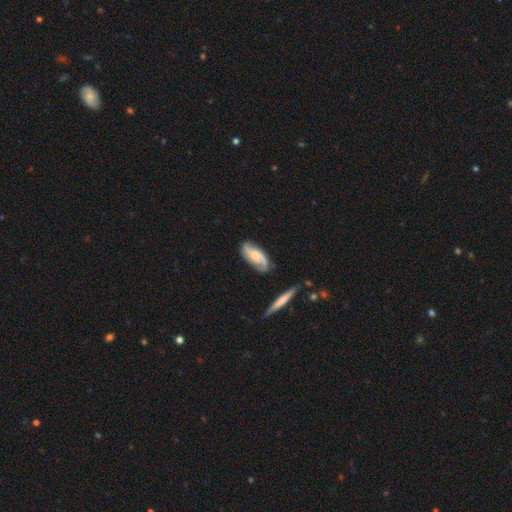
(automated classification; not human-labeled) Smooth or featured?
  - featured or disk: 66% *
  - smooth: 27%
  - star or artifact: 6%
Edge-on disk?
  - no: 92% *
  - yes: 8%
Bar?
  - no: 60% *
  - weak: 31%
  - strong: 9%
Spiral arms?
  - yes: 94% *
  - no: 6%
Spiral winding?
  - medium: 42% *
  - loose: 35%
  - tight: 23%
Spiral arm count?
  - 2: 84% *
  - can't tell: 7%
  - 3: 4%
  - 1: 2%
  - 4: 1%
  - more than 4: 1%
Bulge size?
  - small: 39% *
  - moderate: 26%
  - none: 25%
  - large: 7%
  - dominant: 2%
Merging?
  - none: 74% *
  - minor disturbance: 18%
  - major disturbance: 5%
  - merger: 3%